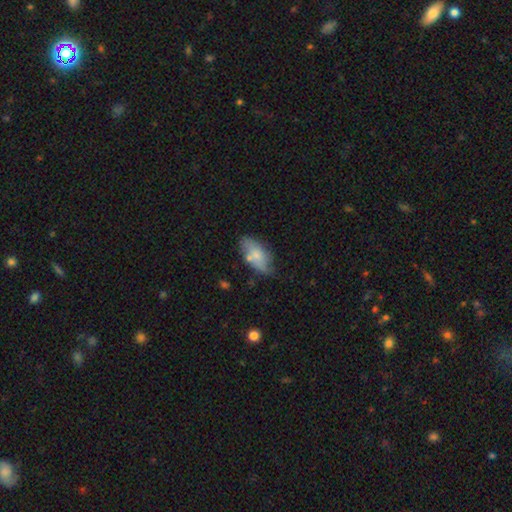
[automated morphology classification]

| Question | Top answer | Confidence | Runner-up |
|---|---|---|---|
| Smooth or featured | smooth | 66% | featured or disk (27%) |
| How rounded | in between | 91% | cigar-shaped (6%) |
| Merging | none | 56% | minor disturbance (27%) |